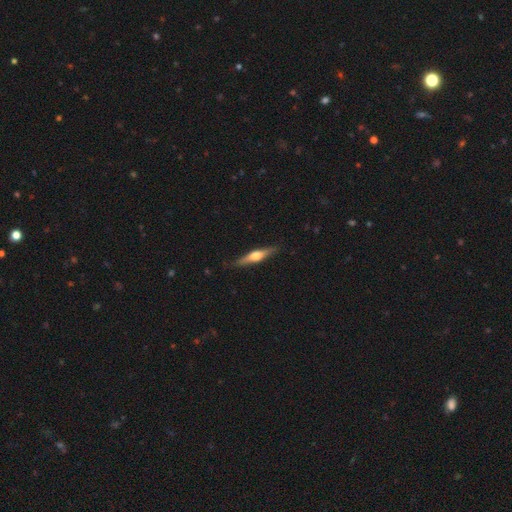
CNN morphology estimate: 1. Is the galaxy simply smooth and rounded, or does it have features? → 63% featured or disk, 32% smooth, 5% star or artifact.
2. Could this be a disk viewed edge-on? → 97% yes, 3% no.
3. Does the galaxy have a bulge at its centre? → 92% rounded, 5% boxy, 3% none.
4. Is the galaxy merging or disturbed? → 87% none, 10% minor disturbance, 2% major disturbance, 1% merger.